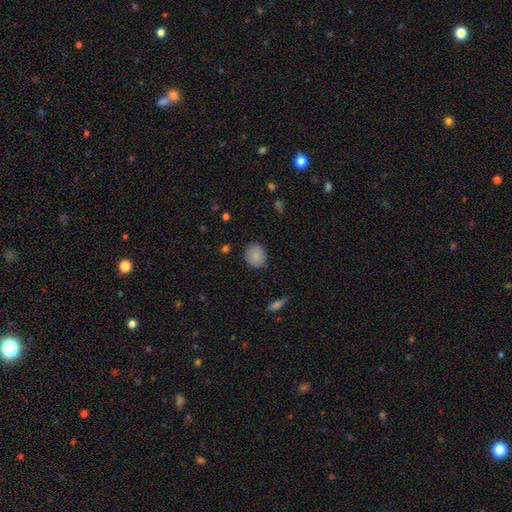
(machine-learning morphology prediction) type=smooth (86%); roundness=round (76%); merging=none (86%).